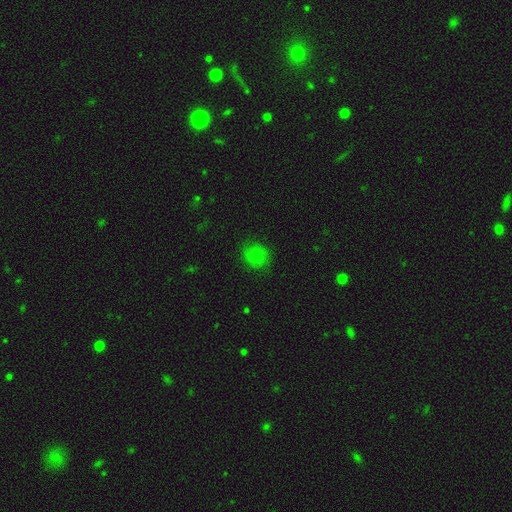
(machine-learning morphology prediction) smooth-or-featured: smooth: 76% | star or artifact: 14% | featured or disk: 10%
  how-rounded: round: 80% | in between: 19% | cigar-shaped: 1%
  merging: none: 79% | minor disturbance: 15% | major disturbance: 4% | merger: 1%